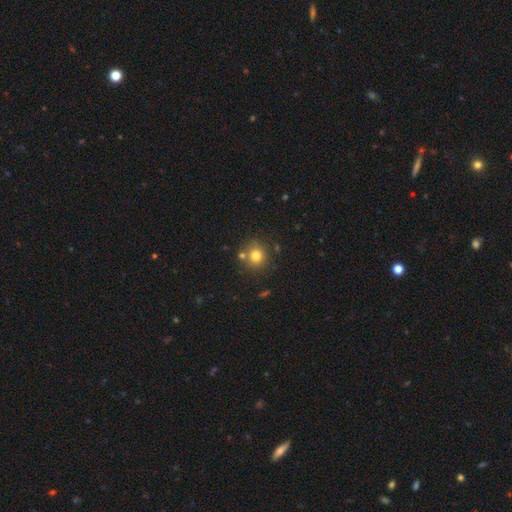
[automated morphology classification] smooth_or_featured: smooth (p=0.78) [alt: star or artifact p=0.13]
how_rounded: round (p=0.87) [alt: in between p=0.13]
merging: none (p=0.74) [alt: merger p=0.12]